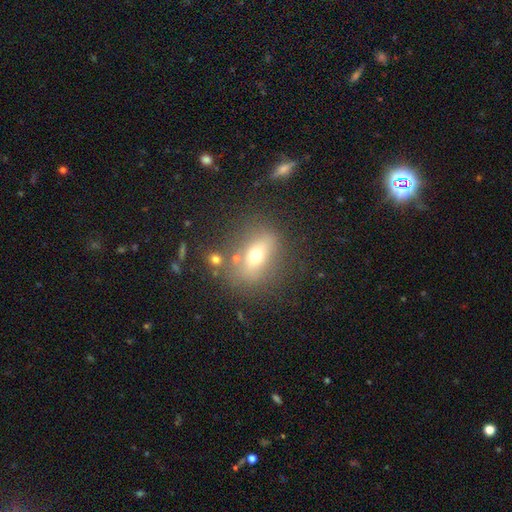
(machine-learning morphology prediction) This is possibly a smooth galaxy (56%). How rounded: likely in between (62%). Merging: likely none (72%).